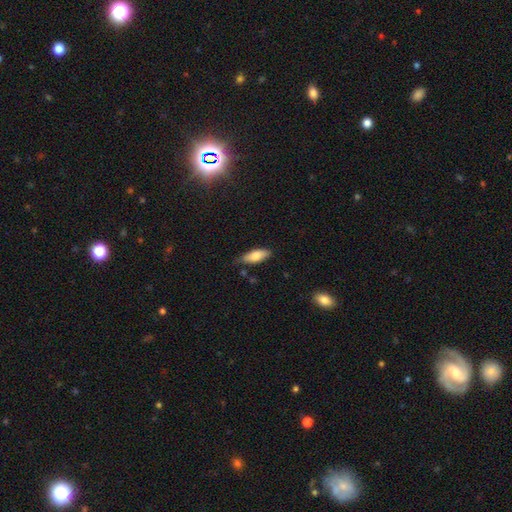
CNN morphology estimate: This is likely a smooth galaxy (78%). How rounded: likely in between (73%). Merging: likely none (69%).